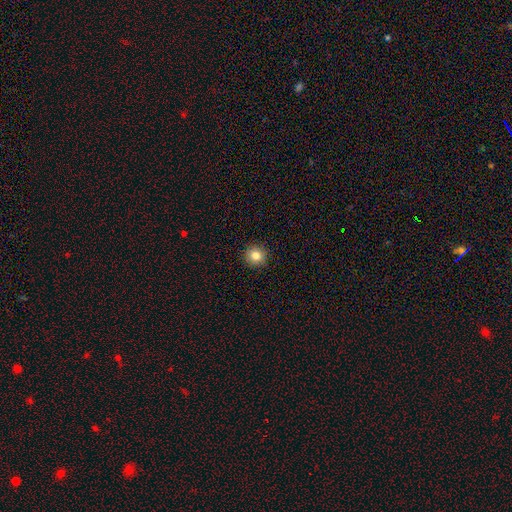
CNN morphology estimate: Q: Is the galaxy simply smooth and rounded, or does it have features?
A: smooth — 83%.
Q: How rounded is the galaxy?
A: round — 95%.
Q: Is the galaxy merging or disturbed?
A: none — 93%.